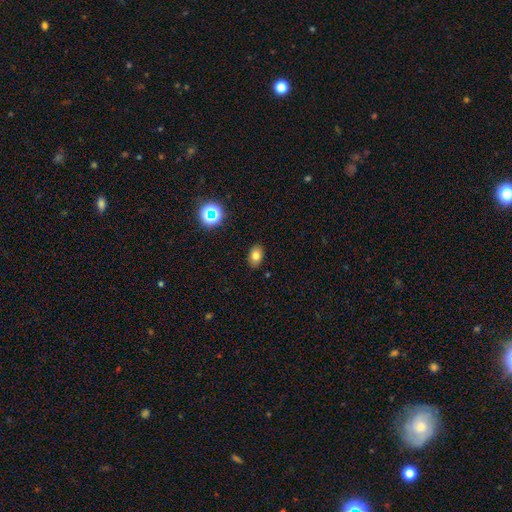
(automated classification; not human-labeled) This is likely a smooth galaxy (76%). How rounded: clearly in between (82%). Merging: clearly none (88%).